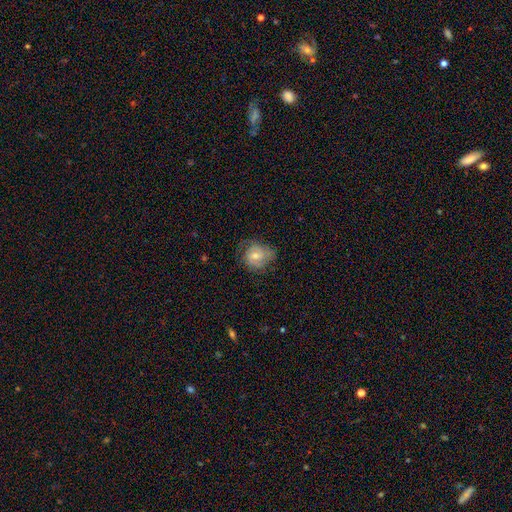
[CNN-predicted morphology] Overall: featured or disk (47%; smooth 45%). Merging: none (61%; minor disturbance 26%).